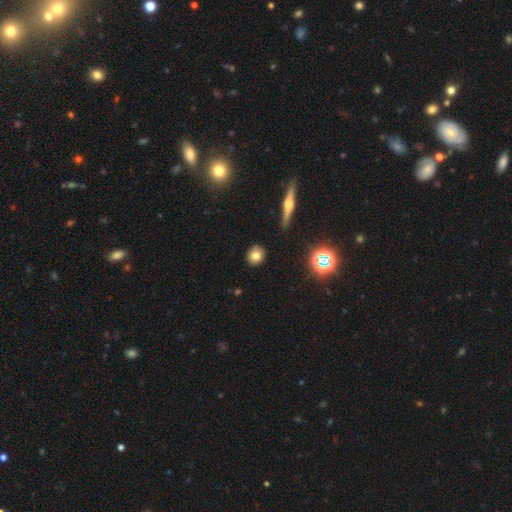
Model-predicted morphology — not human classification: Q: Smooth or featured?
A: smooth (74%); runner-up: star or artifact (13%)
Q: How rounded?
A: round (80%); runner-up: in between (18%)
Q: Merging?
A: none (88%); runner-up: minor disturbance (8%)